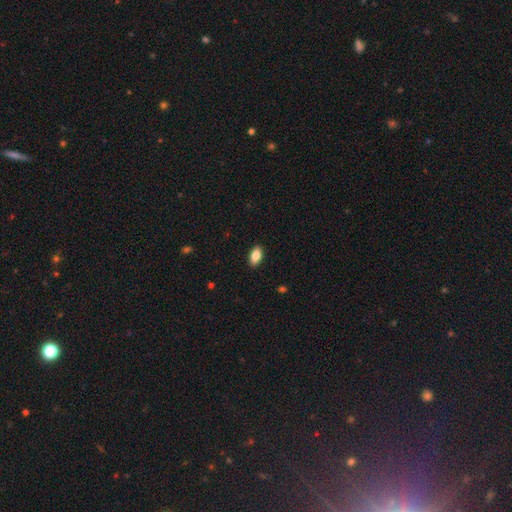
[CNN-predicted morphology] This is clearly a smooth galaxy (85%). How rounded: clearly in between (92%). Merging: clearly none (90%).